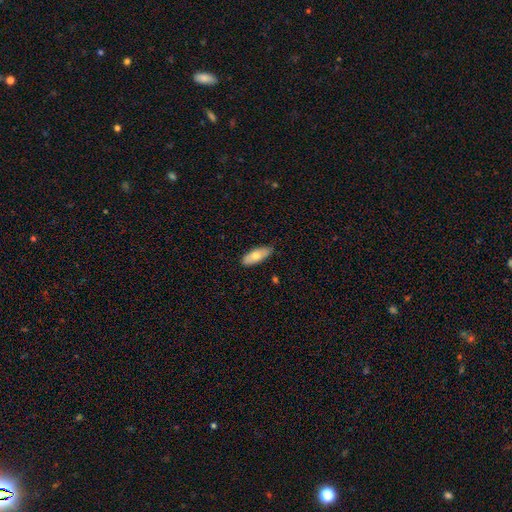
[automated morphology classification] smooth_or_featured: smooth (p=0.68) [alt: featured or disk p=0.26]
how_rounded: in between (p=0.79) [alt: cigar-shaped p=0.19]
merging: none (p=0.83) [alt: minor disturbance p=0.13]